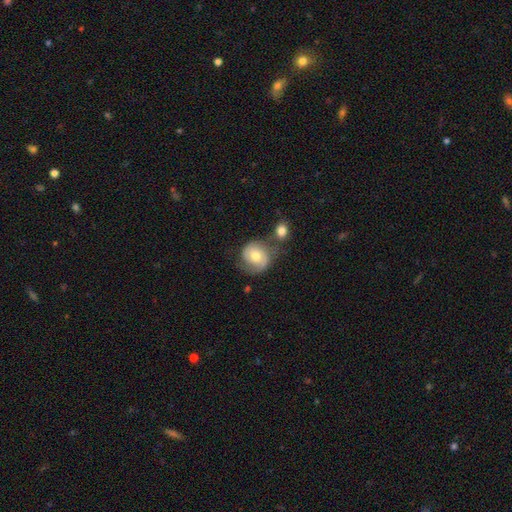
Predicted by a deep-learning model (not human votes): This is possibly a featured or disk galaxy (59%). It is clearly not viewed edge-on (97%). Bar: likely no (70%). Spiral arm pattern: clearly yes (87%). Spiral arm count: likely 2 (64%). Spiral winding: marginally tight (42%). Central bulge: likely moderate (70%). Merging: possibly none (48%).